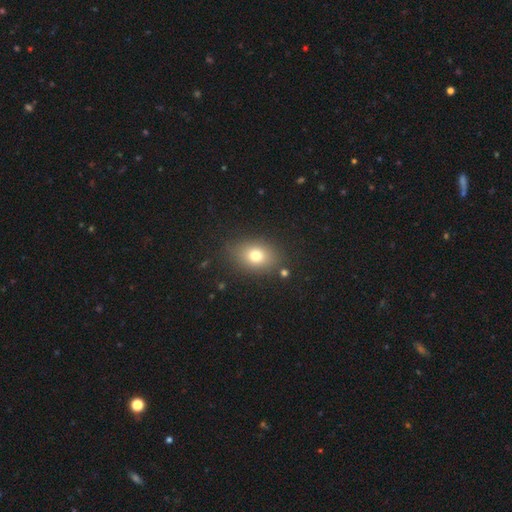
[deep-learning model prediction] Smooth or featured?
  - smooth: 76% *
  - star or artifact: 12%
  - featured or disk: 11%
How rounded?
  - in between: 68% *
  - round: 30%
  - cigar-shaped: 1%
Merging?
  - none: 82% *
  - minor disturbance: 11%
  - major disturbance: 4%
  - merger: 3%